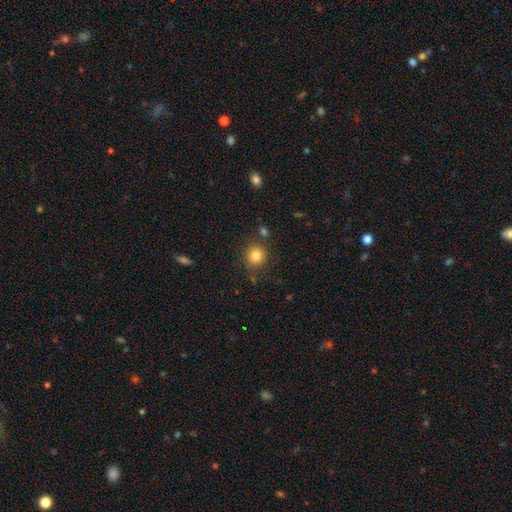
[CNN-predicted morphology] Smooth or featured?
  - smooth: 82% *
  - star or artifact: 11%
  - featured or disk: 7%
How rounded?
  - round: 89% *
  - in between: 10%
  - cigar-shaped: 1%
Merging?
  - none: 83% *
  - minor disturbance: 9%
  - merger: 5%
  - major disturbance: 3%